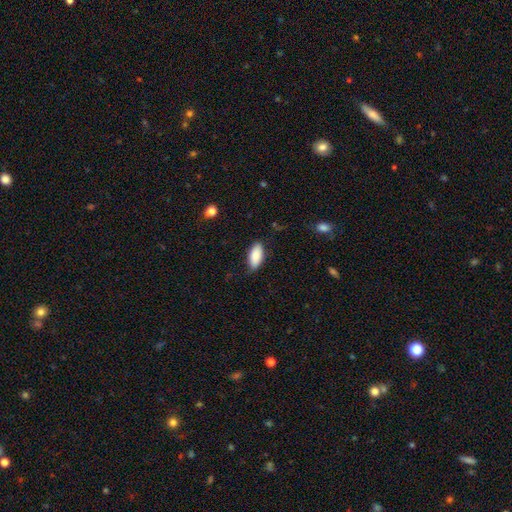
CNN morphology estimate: The model was most divided on "merging": none: 79%, minor disturbance: 17%, major disturbance: 3%, merger: 1%. More confident: how rounded — in between (90%); smooth or featured — smooth (85%).